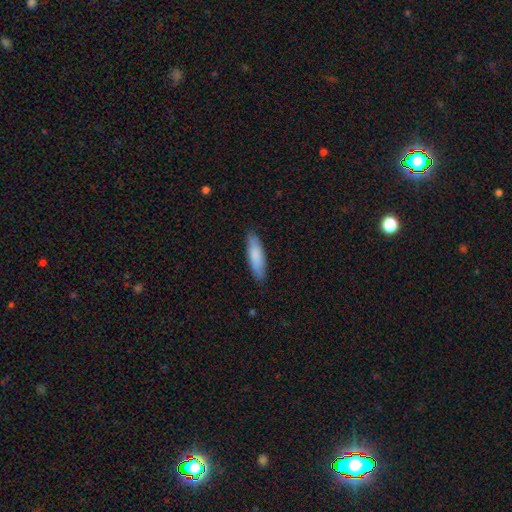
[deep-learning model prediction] smooth_or_featured: smooth (p=0.83) [alt: featured or disk p=0.11]
how_rounded: cigar-shaped (p=0.64) [alt: in between p=0.34]
merging: none (p=0.87) [alt: minor disturbance p=0.10]